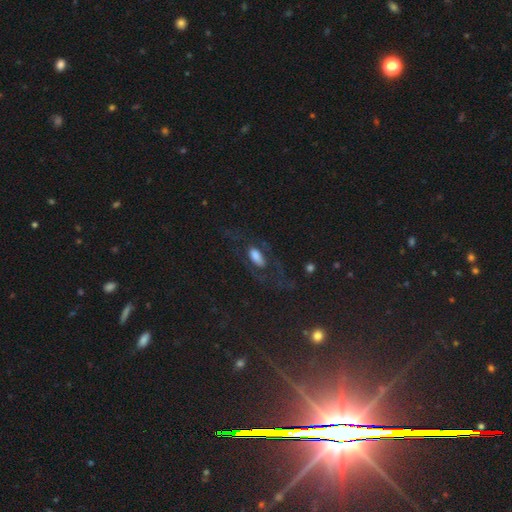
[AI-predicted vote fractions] A smooth galaxy with no disk features (55%) that is in between round and cigar-shaped (87%).

Vote fractions:
- Smooth or featured? smooth: 55% / featured or disk: 32% / star or artifact: 13%
- How rounded? in between: 87% / cigar-shaped: 7% / round: 6%
- Merging? none: 56% / major disturbance: 24% / minor disturbance: 17% / merger: 3%